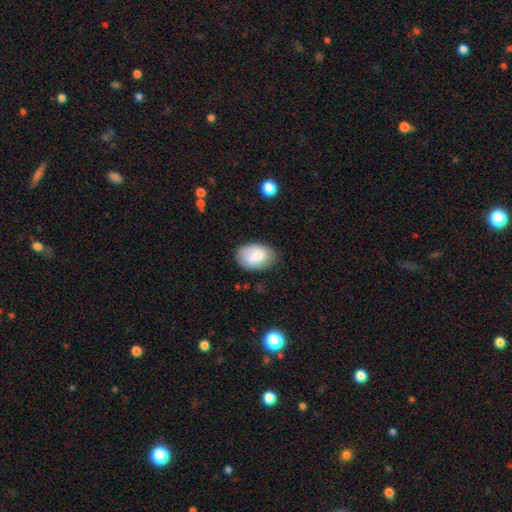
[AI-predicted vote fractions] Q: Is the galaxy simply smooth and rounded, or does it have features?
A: smooth — 80%.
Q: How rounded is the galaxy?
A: in between — 86%.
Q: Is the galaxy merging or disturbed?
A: none — 73%.